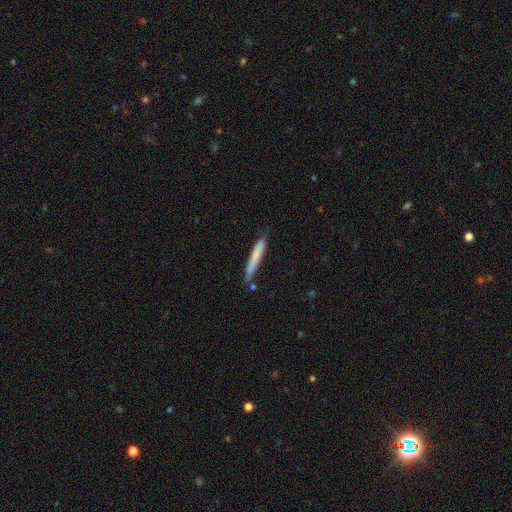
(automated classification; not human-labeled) Smooth or featured?
  - smooth: 73% *
  - featured or disk: 22%
  - star or artifact: 6%
How rounded?
  - cigar-shaped: 96% *
  - in between: 3%
  - round: 1%
Merging?
  - none: 80% *
  - minor disturbance: 15%
  - merger: 3%
  - major disturbance: 2%